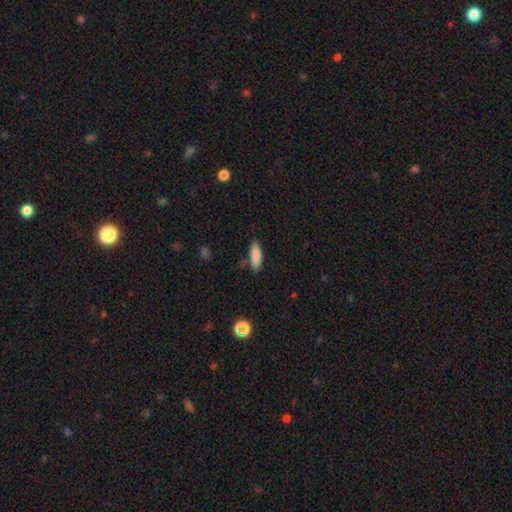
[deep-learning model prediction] smooth 86%, featured or disk 7%, star or artifact 7%. Down the decision tree: how rounded — cigar-shaped (52%); merging — none (82%).